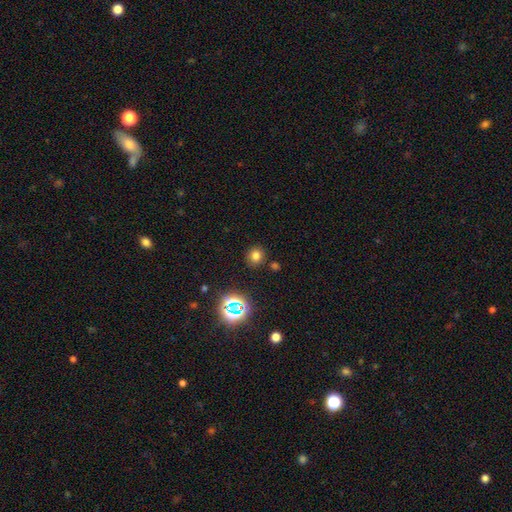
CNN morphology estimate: smooth 72%, star or artifact 21%, featured or disk 7%. Down the decision tree: how rounded — round (83%); merging — none (85%).